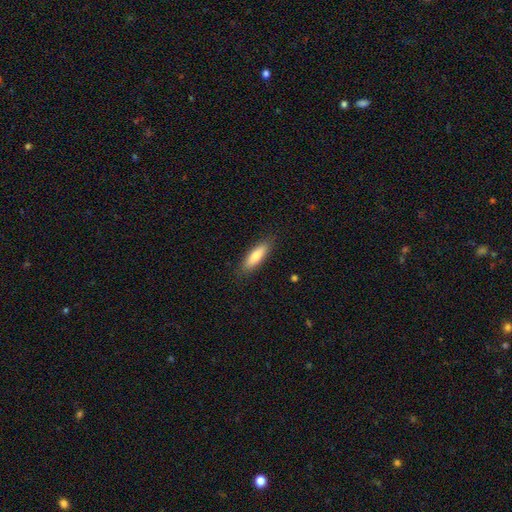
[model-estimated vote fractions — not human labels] smooth-or-featured: smooth: 77% | featured or disk: 17% | star or artifact: 6%
  how-rounded: cigar-shaped: 54% | in between: 44% | round: 2%
  merging: none: 87% | minor disturbance: 10% | major disturbance: 2% | merger: 1%